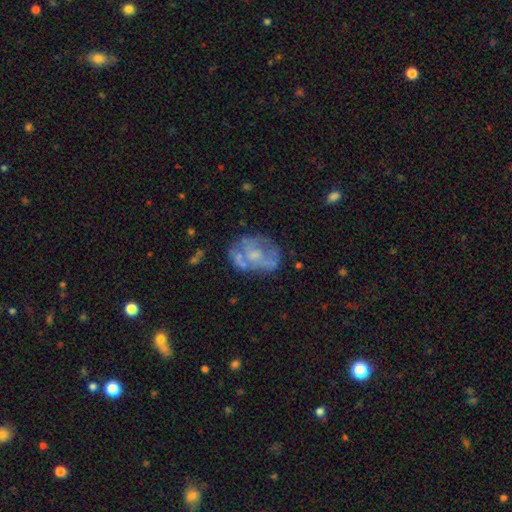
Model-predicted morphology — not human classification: Smooth or featured: featured or disk — 65% (smooth — 26%)
Edge-on disk: no — 97% (yes — 3%)
Bar: no — 83% (weak — 13%)
Spiral arms: no — 73% (yes — 27%)
Bulge size: moderate — 37% (small — 29%)
Merging: none — 53% (minor disturbance — 22%)